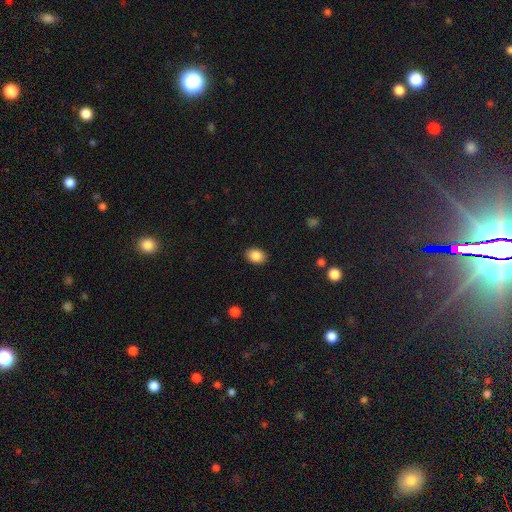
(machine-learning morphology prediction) Smooth or featured? smooth (87%)
How rounded? in between (70%)
Merging? none (89%)